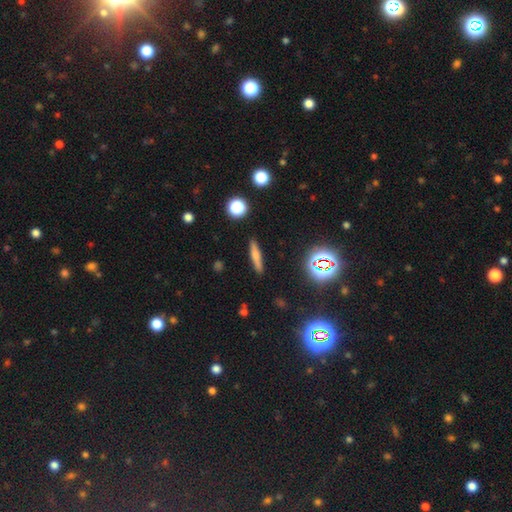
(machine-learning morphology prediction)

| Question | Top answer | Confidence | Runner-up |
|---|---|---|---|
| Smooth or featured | smooth | 62% | featured or disk (25%) |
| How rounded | cigar-shaped | 86% | in between (10%) |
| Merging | none | 89% | minor disturbance (7%) |